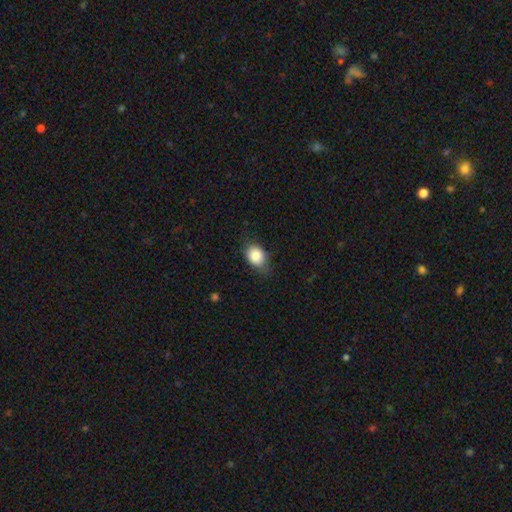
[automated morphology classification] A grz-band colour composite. It shows a smooth galaxy with no disk features (85%) that is in between round and cigar-shaped (65%). Merging: none (67%).